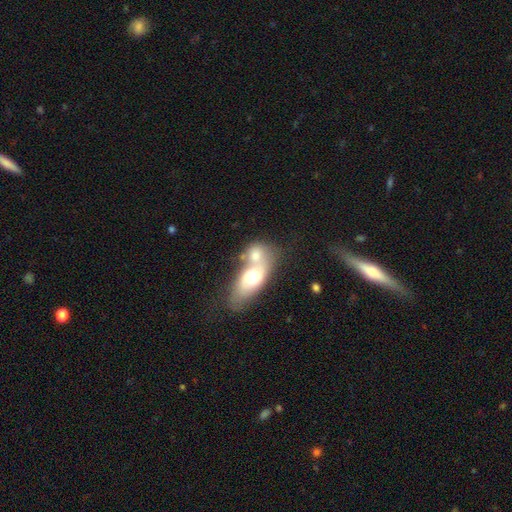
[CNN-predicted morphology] The model was most divided on "smooth or featured": smooth: 61%, featured or disk: 33%, star or artifact: 7%. More confident: merging — merger (73%); how rounded — in between (71%).